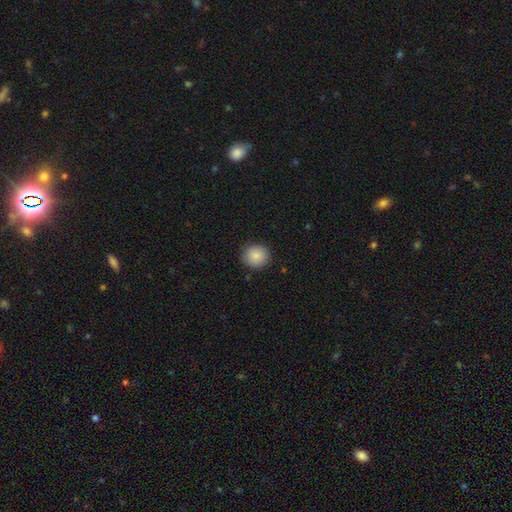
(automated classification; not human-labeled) Overall: smooth (88%). How rounded: round (88%). Merging: none (89%).